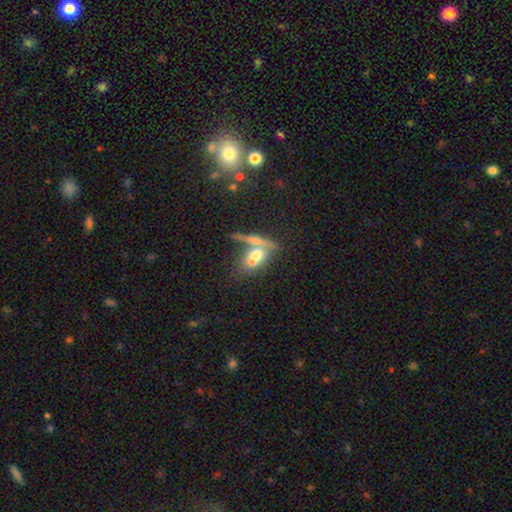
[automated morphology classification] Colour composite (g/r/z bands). It shows a smooth galaxy with no disk features (58%) that is in between round and cigar-shaped (62%). Merging: merger (58%).